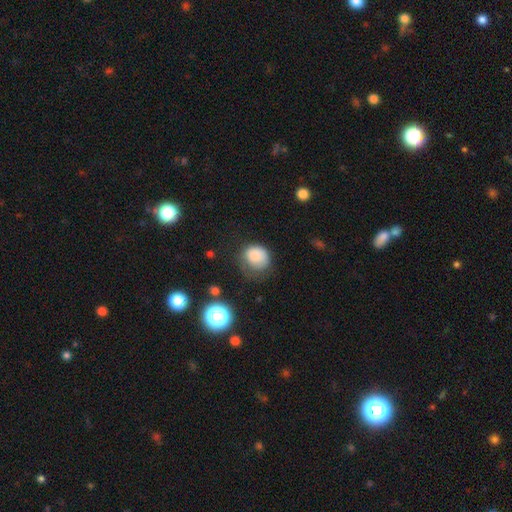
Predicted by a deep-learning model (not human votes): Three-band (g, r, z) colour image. It shows a smooth galaxy with no disk features (79%) that is round (74%). Merging: none (40%).